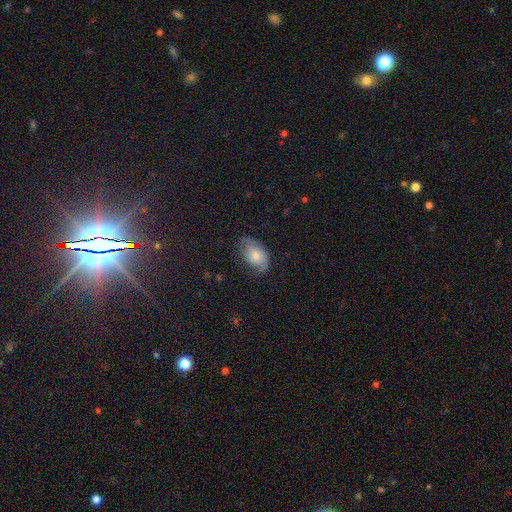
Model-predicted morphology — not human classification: smooth_or_featured: smooth (p=0.58) [alt: featured or disk p=0.33]
how_rounded: in between (p=0.89) [alt: round p=0.09]
merging: none (p=0.53) [alt: minor disturbance p=0.31]